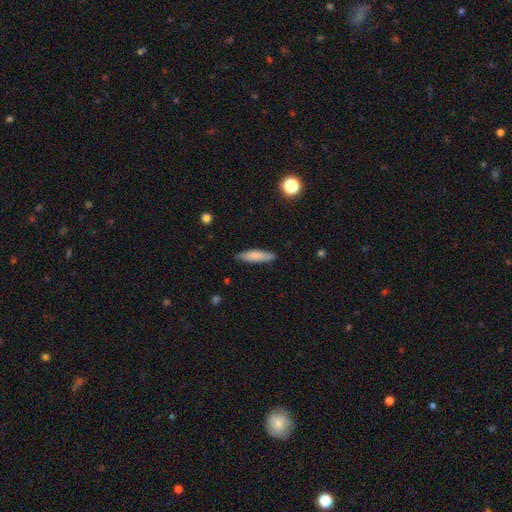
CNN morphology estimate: smooth-or-featured: smooth: 81% | featured or disk: 13% | star or artifact: 6%
  how-rounded: cigar-shaped: 64% | in between: 35% | round: 2%
  merging: none: 82% | minor disturbance: 14% | major disturbance: 2% | merger: 1%